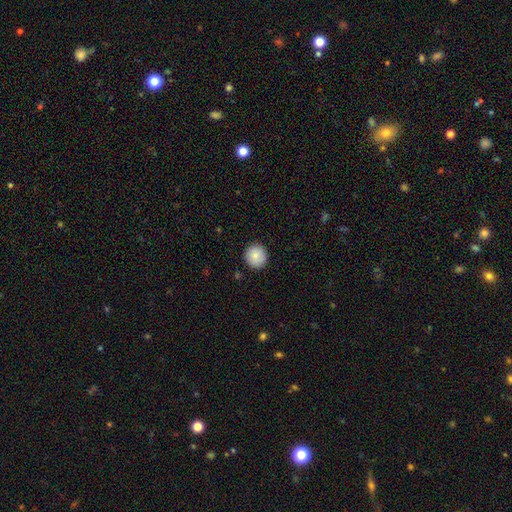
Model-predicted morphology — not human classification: Q: Smooth or featured?
A: smooth (85%); runner-up: featured or disk (7%)
Q: How rounded?
A: round (94%); runner-up: in between (5%)
Q: Merging?
A: none (90%); runner-up: minor disturbance (7%)